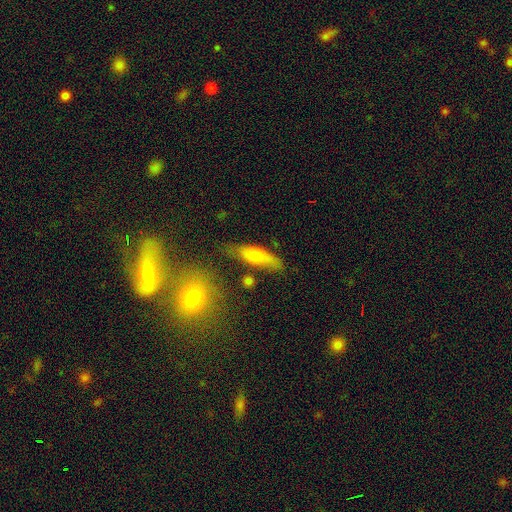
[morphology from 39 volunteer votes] This appears to be a smooth galaxy with no disk features (64%) that is in between round and cigar-shaped (52%). Merging: none (64%).